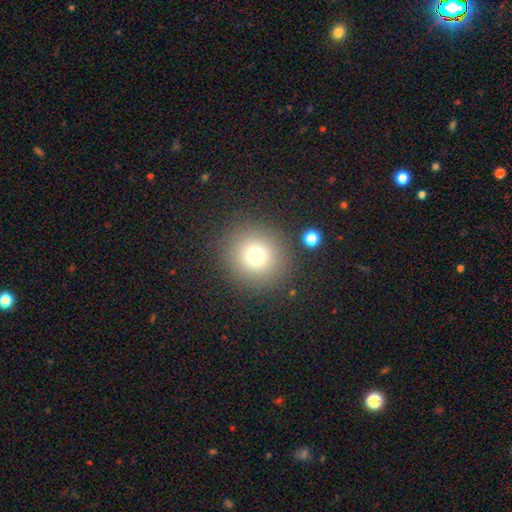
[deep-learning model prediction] Smooth or featured? smooth (74%)
How rounded? round (93%)
Merging? none (87%)